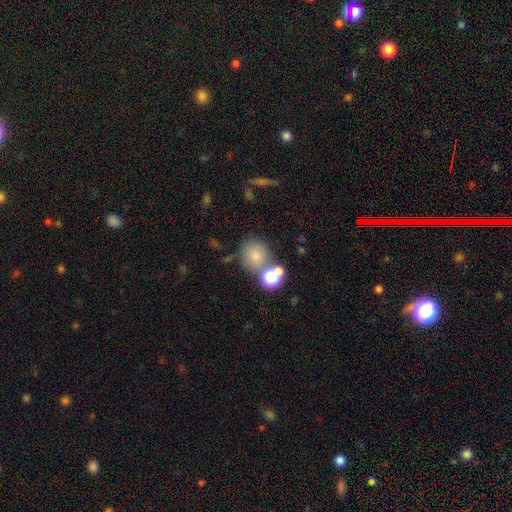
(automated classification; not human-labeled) The model was most divided on "merging": none: 60%, merger: 23%, minor disturbance: 12%, major disturbance: 6%. More confident: how rounded — round (85%); smooth or featured — smooth (74%).